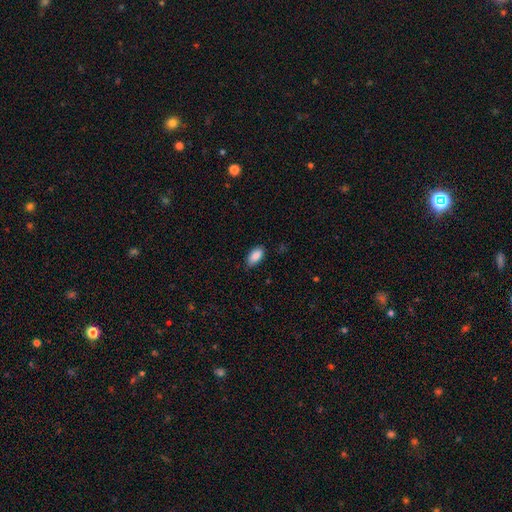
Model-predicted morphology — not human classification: type=smooth (89%); roundness=in between (93%); merging=none (83%).